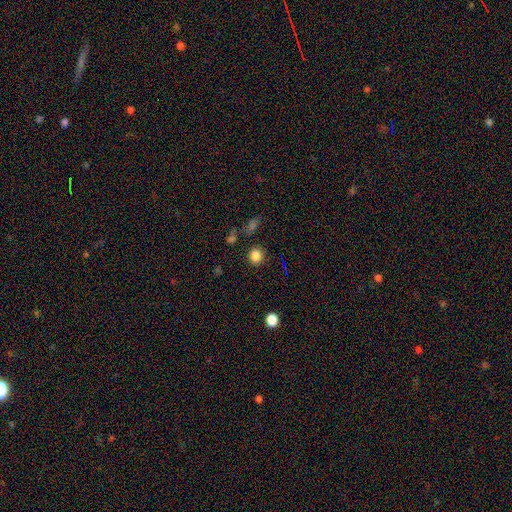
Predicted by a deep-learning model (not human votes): Smooth or featured? smooth (83%)
How rounded? round (86%)
Merging? none (86%)